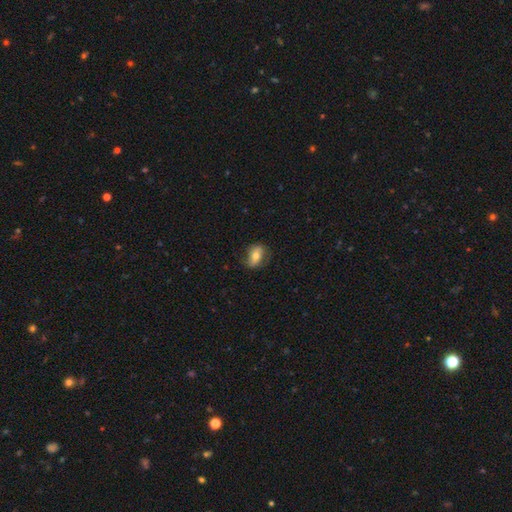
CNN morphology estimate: smooth-or-featured: smooth: 59% | featured or disk: 33% | star or artifact: 8%
  how-rounded: in between: 78% | round: 19% | cigar-shaped: 4%
  merging: none: 72% | minor disturbance: 20% | major disturbance: 6% | merger: 1%